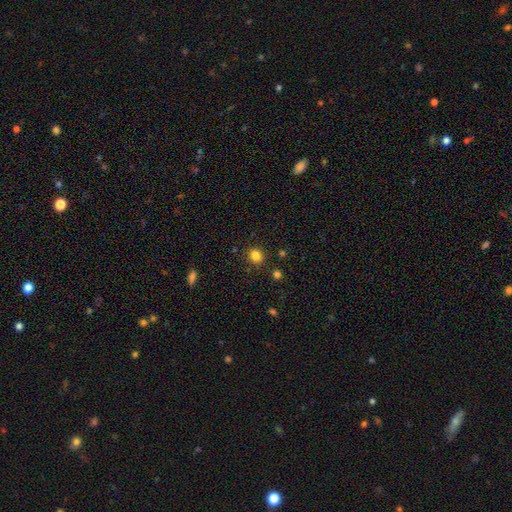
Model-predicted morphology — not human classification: This appears to be a smooth galaxy with no disk features (83%) that is round (86%). Merging: none (88%).